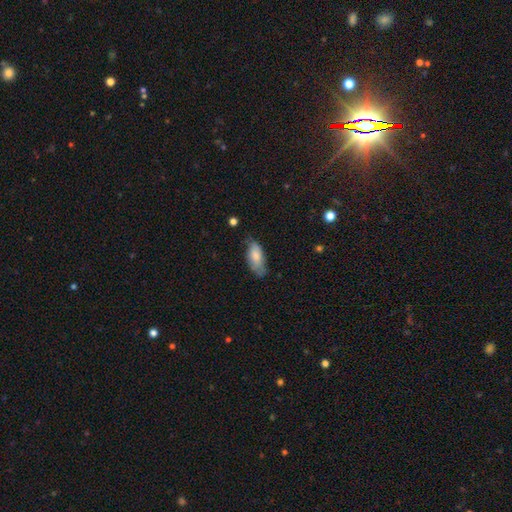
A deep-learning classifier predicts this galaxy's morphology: A smooth galaxy with no disk features (78%) that is in between round and cigar-shaped (87%). Merging: none (57%).